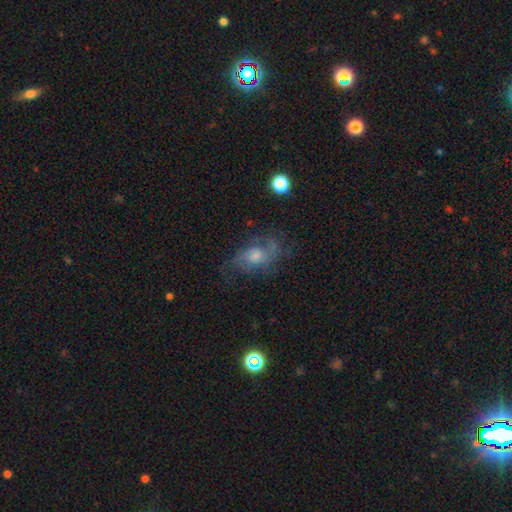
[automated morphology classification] Smooth or featured: featured or disk — 61% (smooth — 27%)
Edge-on disk: no — 94% (yes — 6%)
Bar: no — 74% (weak — 23%)
Spiral arms: yes — 80% (no — 20%)
Bulge size: moderate — 48% (small — 33%)
Merging: none — 58% (minor disturbance — 22%)